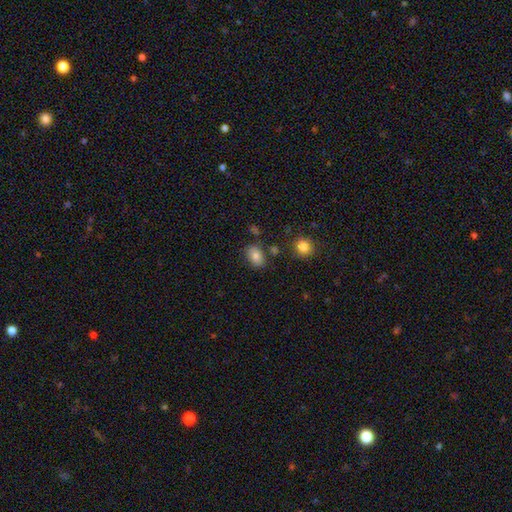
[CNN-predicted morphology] The model was most divided on "how rounded": in between: 79%, round: 20%, cigar-shaped: 1%. More confident: smooth or featured — smooth (80%); merging — none (77%).